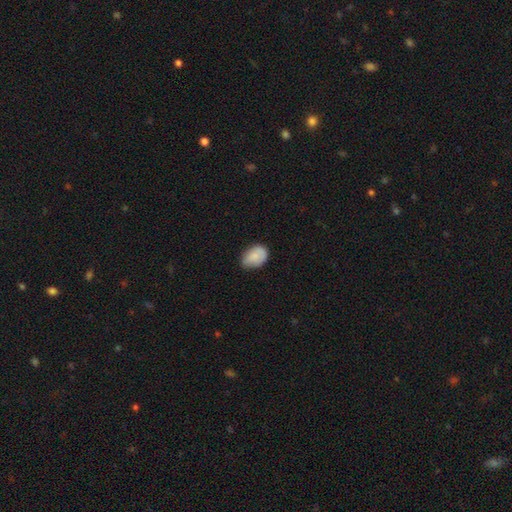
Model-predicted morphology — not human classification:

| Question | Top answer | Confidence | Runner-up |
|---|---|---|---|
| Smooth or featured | smooth | 82% | featured or disk (10%) |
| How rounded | in between | 82% | round (17%) |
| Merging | none | 62% | minor disturbance (32%) |